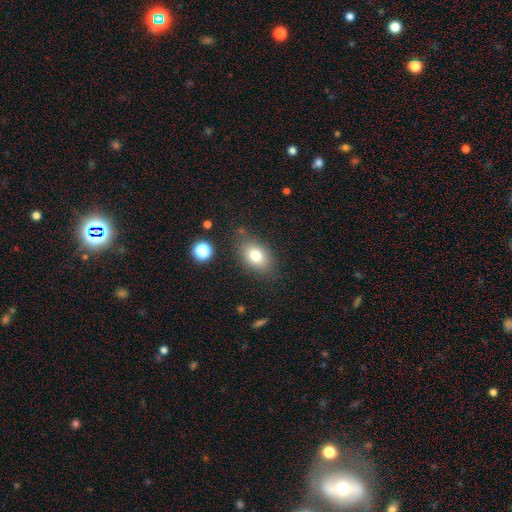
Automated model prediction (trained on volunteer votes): A smooth galaxy with no disk features (78%) that is in between round and cigar-shaped (79%).

Vote fractions:
- Smooth or featured? smooth: 78% / featured or disk: 12% / star or artifact: 11%
- How rounded? in between: 79% / round: 20% / cigar-shaped: 2%
- Merging? none: 77% / minor disturbance: 16% / major disturbance: 5% / merger: 3%